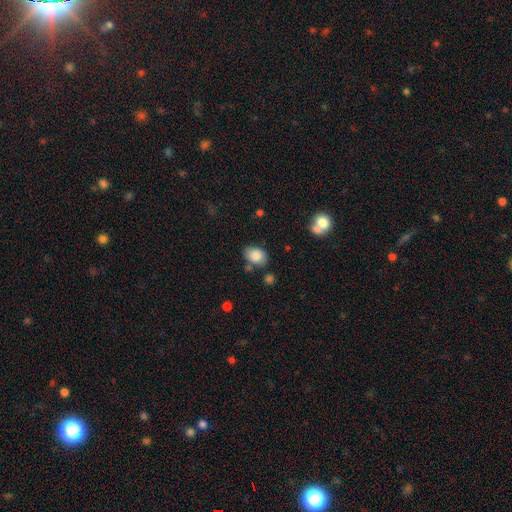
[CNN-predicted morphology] This is clearly a smooth galaxy (85%). How rounded: likely in between (78%). Merging: likely none (73%).